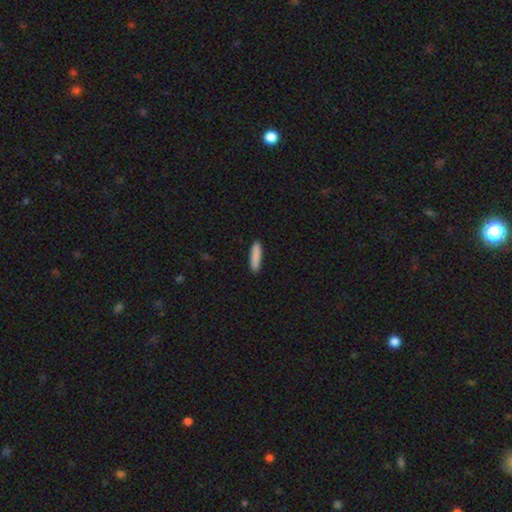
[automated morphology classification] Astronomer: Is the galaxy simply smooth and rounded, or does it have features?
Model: smooth — 87%.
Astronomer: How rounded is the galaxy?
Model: cigar-shaped — 83%.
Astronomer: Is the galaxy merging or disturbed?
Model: none — 90%.